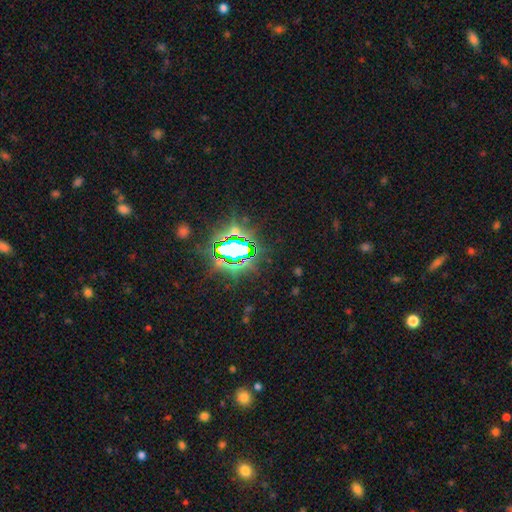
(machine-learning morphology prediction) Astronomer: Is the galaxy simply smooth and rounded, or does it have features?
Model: star or artifact — 85%.